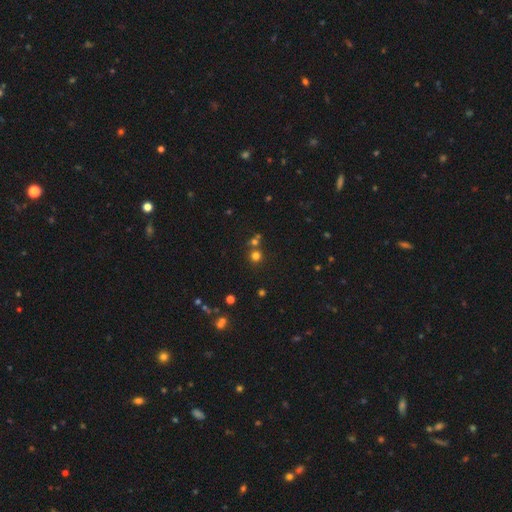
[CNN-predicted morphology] smooth_or_featured: smooth (p=0.68) [alt: star or artifact p=0.25]
how_rounded: round (p=0.92) [alt: in between p=0.07]
merging: none (p=0.69) [alt: merger p=0.21]